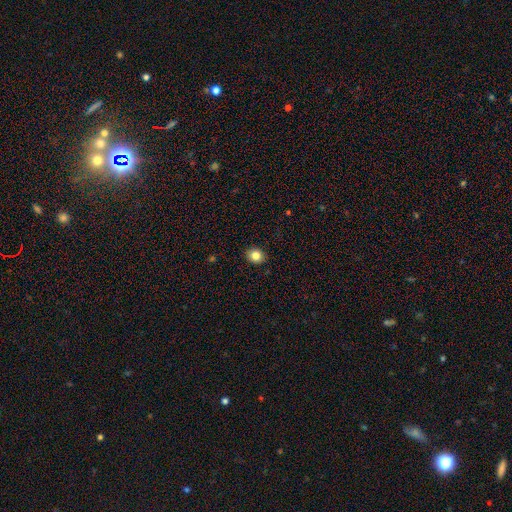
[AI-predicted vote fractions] This appears to be a smooth galaxy with no disk features (83%) that is round (66%). Merging: none (91%).